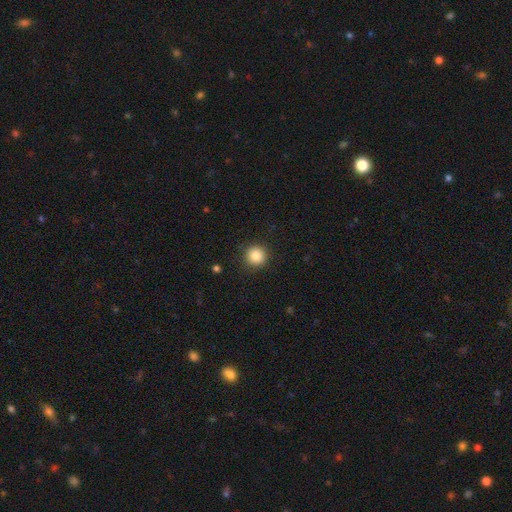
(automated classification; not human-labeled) This appears to be a smooth galaxy with no disk features (86%) that is round (94%). Merging: none (90%).